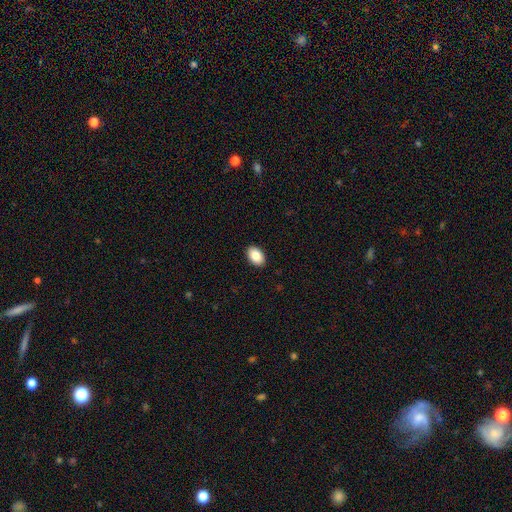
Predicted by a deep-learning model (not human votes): Overall: smooth (87%). How rounded: in between (90%). Merging: none (90%).